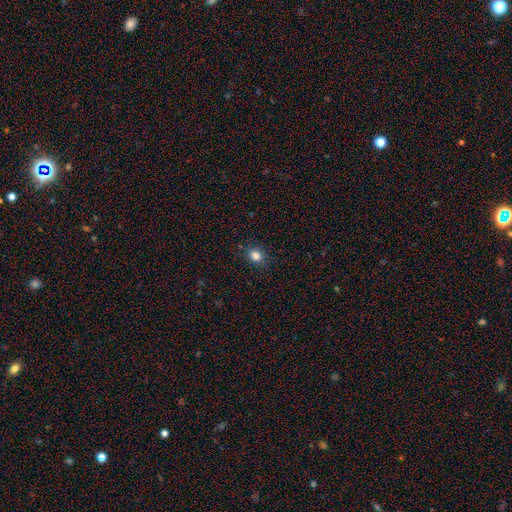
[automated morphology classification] Smooth or featured? Predicted: smooth (p=0.83). How rounded? Predicted: round (p=0.61). Merging? Predicted: none (p=0.88).